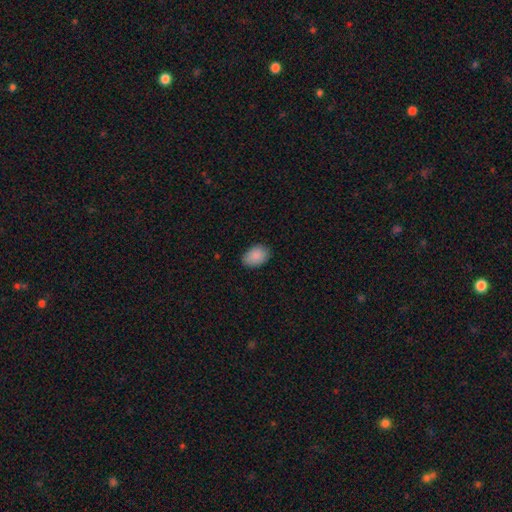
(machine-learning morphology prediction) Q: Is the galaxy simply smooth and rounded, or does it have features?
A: smooth — 89%.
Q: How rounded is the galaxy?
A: in between — 85%.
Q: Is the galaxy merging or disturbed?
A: none — 85%.